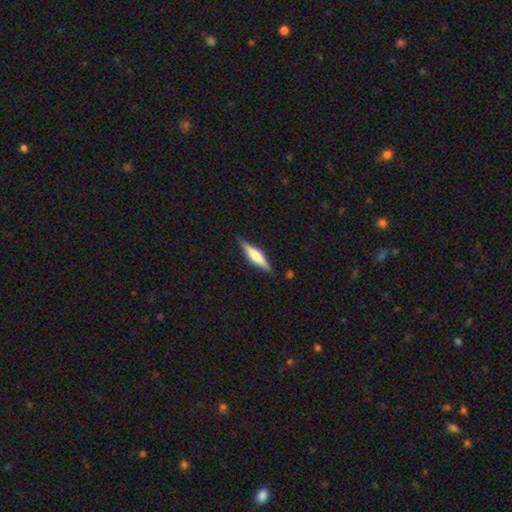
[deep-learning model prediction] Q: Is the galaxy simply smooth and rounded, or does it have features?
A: featured or disk — 64%.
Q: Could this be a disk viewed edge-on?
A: yes — 97%.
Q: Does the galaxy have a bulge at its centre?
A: rounded — 78%.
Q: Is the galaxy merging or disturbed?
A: none — 88%.